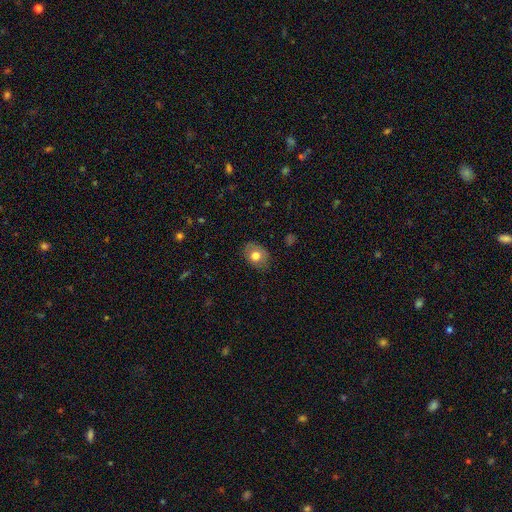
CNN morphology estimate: smooth 74%, featured or disk 17%, star or artifact 9%. Down the decision tree: how rounded — in between (59%); merging — none (78%).